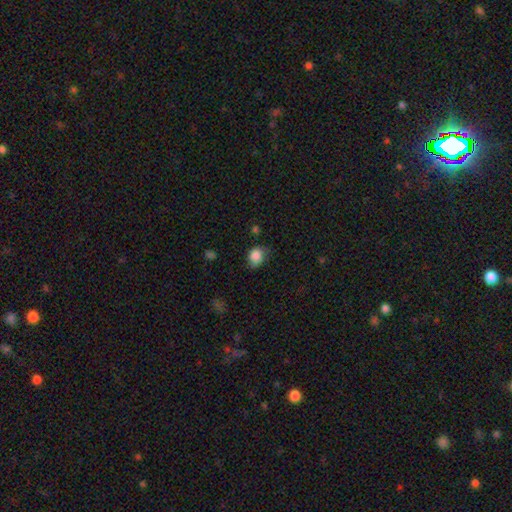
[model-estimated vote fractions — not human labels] Q: Smooth or featured?
A: smooth (84%); runner-up: star or artifact (9%)
Q: How rounded?
A: round (56%); runner-up: in between (43%)
Q: Merging?
A: none (55%); runner-up: minor disturbance (34%)